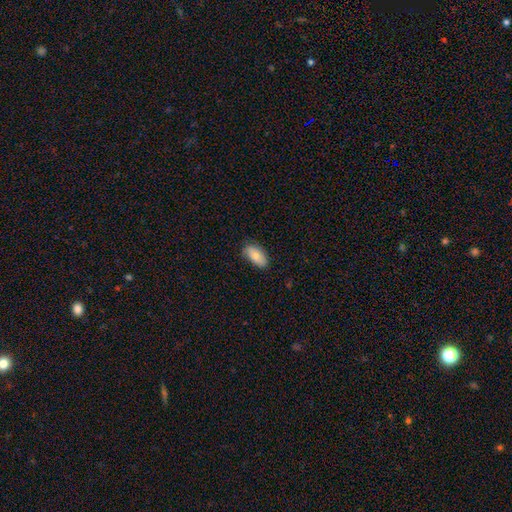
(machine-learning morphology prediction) type=smooth (79%); roundness=in between (93%); merging=none (79%).